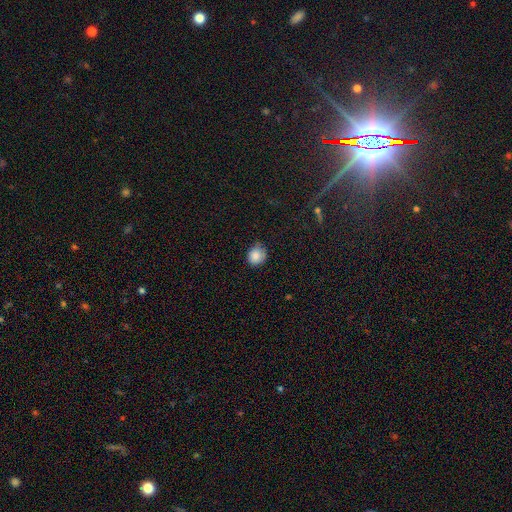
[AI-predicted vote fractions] A smooth galaxy with no disk features (85%) that is round (73%). Merging: none (61%).